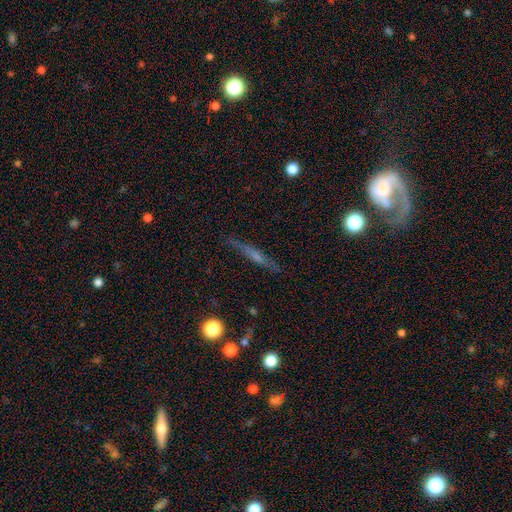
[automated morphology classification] Smooth or featured? Predicted: featured or disk (p=0.59). Edge-on disk? Predicted: yes (p=0.94). Edge-on bulge? Predicted: rounded (p=0.47). Merging? Predicted: none (p=0.85).